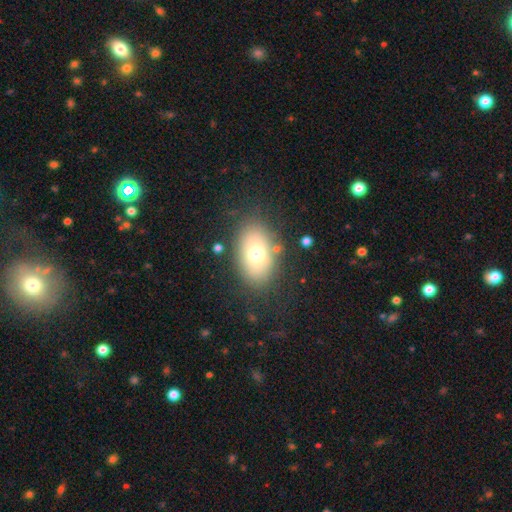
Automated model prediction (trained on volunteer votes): Smooth or featured? smooth (68%)
How rounded? in between (87%)
Merging? none (81%)